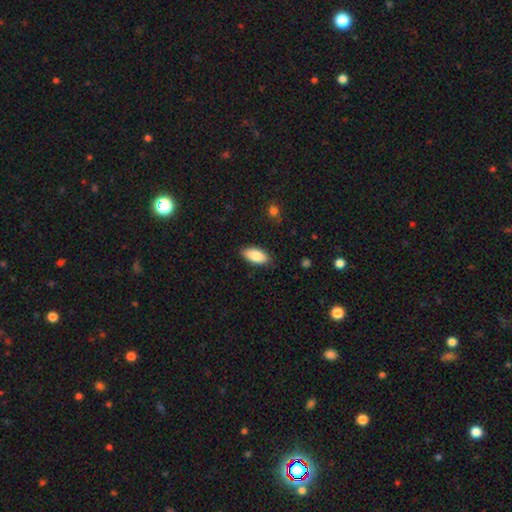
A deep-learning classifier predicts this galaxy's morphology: smooth-or-featured: smooth: 88% | star or artifact: 6% | featured or disk: 6%
  how-rounded: in between: 89% | cigar-shaped: 9% | round: 2%
  merging: none: 86% | minor disturbance: 11% | major disturbance: 2% | merger: 1%